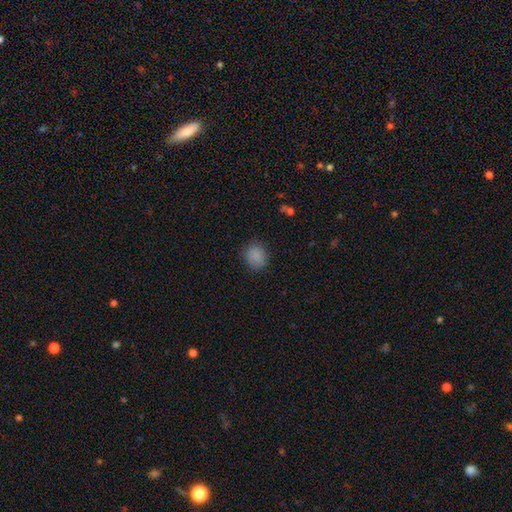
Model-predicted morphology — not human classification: A smooth galaxy with no disk features (86%) that is round (72%).

Vote fractions:
- Smooth or featured? smooth: 86% / star or artifact: 10% / featured or disk: 4%
- How rounded? round: 72% / in between: 27% / cigar-shaped: 1%
- Merging? none: 84% / minor disturbance: 12% / major disturbance: 3% / merger: 1%